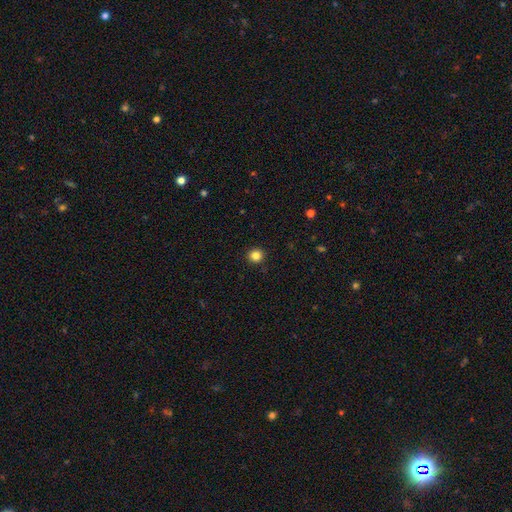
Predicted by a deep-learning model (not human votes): This is clearly a smooth galaxy (84%). How rounded: clearly round (94%). Merging: clearly none (93%).